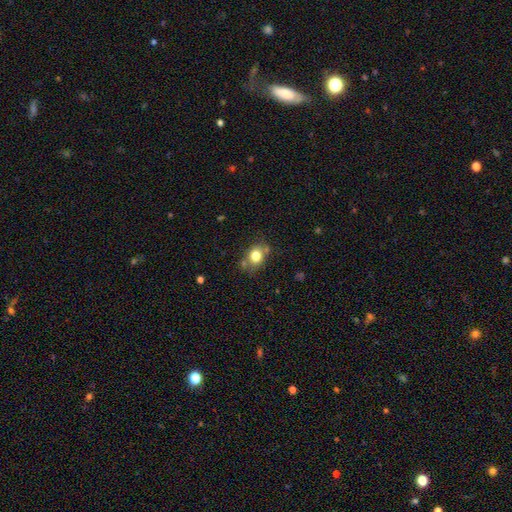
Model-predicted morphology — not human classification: type=smooth (79%); roundness=round (58%); merging=none (68%).